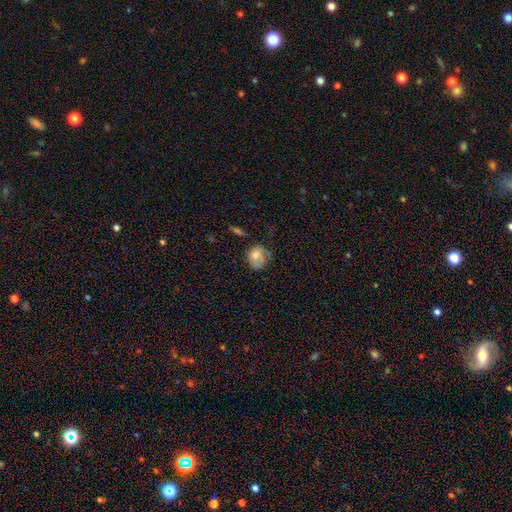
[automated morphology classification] Overall: smooth (59%; featured or disk 33%). How rounded: round (54%; in between 44%). Merging: none (46%; minor disturbance 32%).